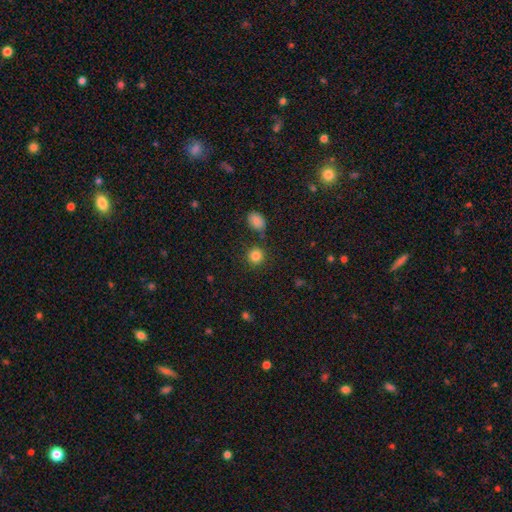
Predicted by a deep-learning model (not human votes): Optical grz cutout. It shows a smooth galaxy with no disk features (85%) that is round (90%). Merging: none (84%).